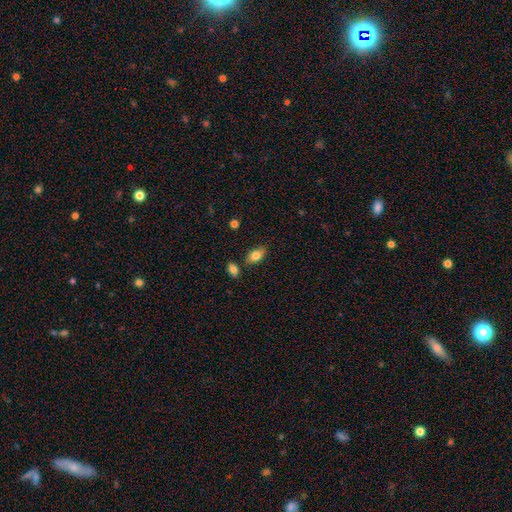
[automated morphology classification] A smooth galaxy with no disk features (82%) that is in between round and cigar-shaped (89%).

Vote fractions:
- Smooth or featured? smooth: 82% / featured or disk: 10% / star or artifact: 8%
- How rounded? in between: 89% / round: 8% / cigar-shaped: 3%
- Merging? none: 78% / minor disturbance: 13% / merger: 7% / major disturbance: 3%